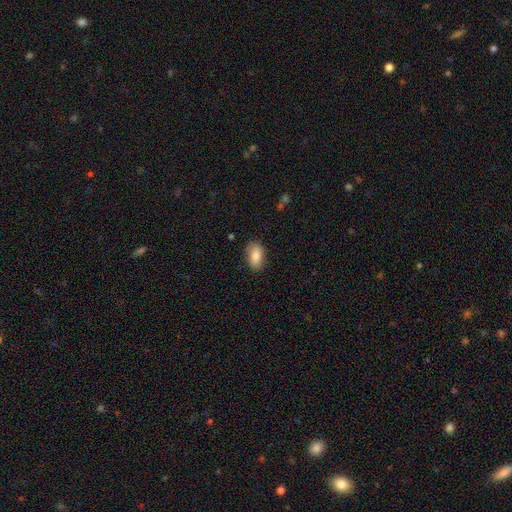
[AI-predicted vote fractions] Smooth or featured? smooth (84%)
How rounded? in between (91%)
Merging? none (81%)